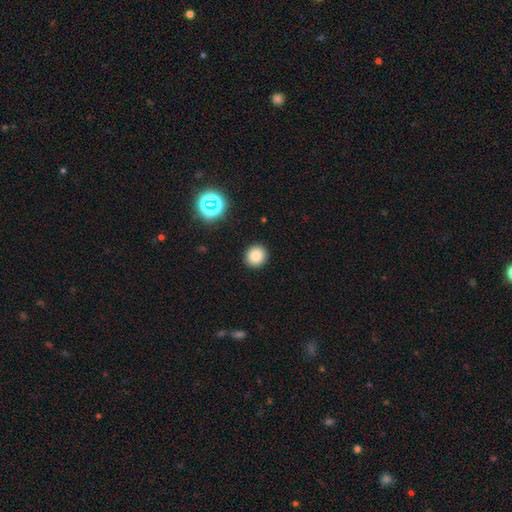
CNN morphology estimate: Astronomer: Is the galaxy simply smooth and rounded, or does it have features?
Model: smooth — 82%.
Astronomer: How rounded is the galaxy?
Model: round — 87%.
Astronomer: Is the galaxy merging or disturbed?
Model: none — 92%.